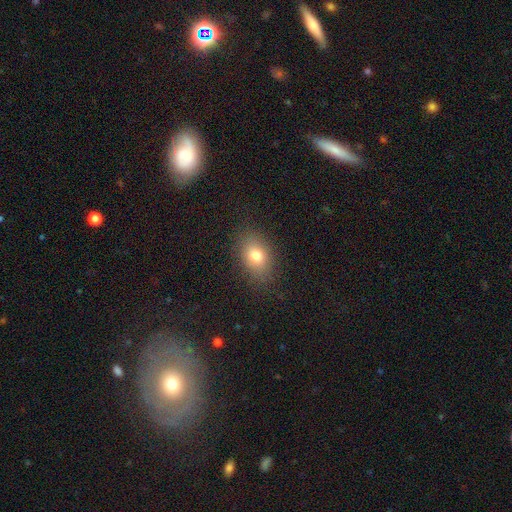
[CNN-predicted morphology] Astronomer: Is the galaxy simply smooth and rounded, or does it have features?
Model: smooth — 77%.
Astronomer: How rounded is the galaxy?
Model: in between — 77%.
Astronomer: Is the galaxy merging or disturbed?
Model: none — 84%.